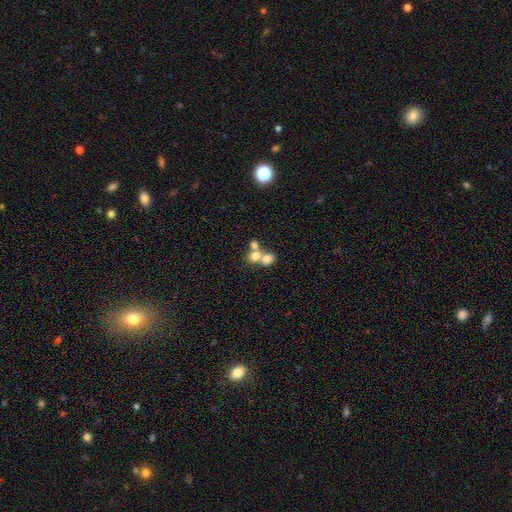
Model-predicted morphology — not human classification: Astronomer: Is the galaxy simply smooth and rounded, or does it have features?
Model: smooth — 71%.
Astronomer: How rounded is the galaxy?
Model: round — 66%.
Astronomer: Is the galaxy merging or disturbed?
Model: merger — 65%.